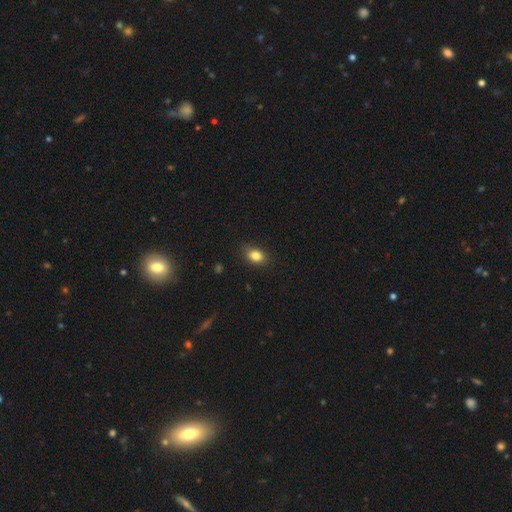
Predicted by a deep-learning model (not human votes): Smooth or featured? smooth (84%)
How rounded? in between (71%)
Merging? none (84%)